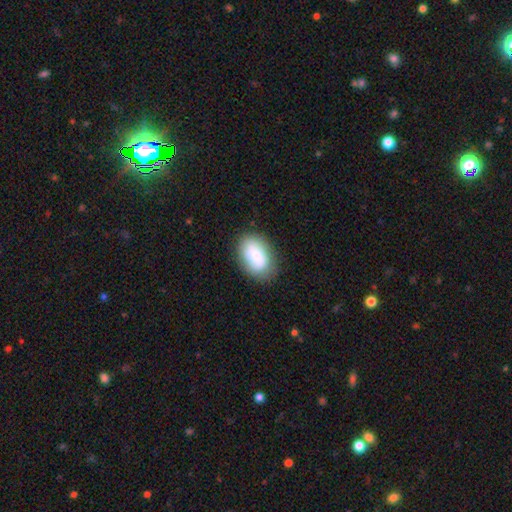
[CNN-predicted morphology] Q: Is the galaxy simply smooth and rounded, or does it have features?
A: smooth — 74%.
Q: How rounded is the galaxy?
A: in between — 86%.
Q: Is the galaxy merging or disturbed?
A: none — 77%.